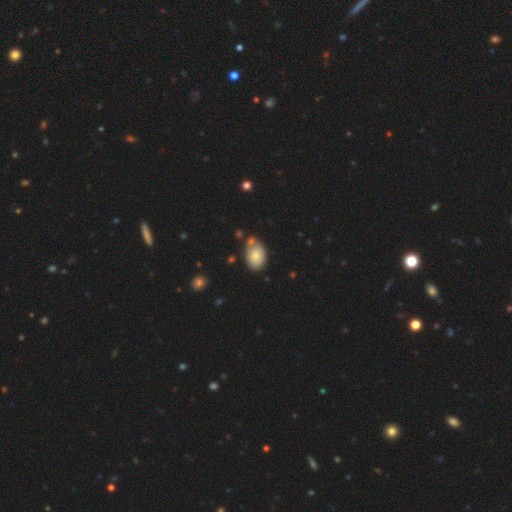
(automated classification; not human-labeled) Smooth or featured? Predicted: smooth (p=0.80). How rounded? Predicted: in between (p=0.86). Merging? Predicted: none (p=0.66).